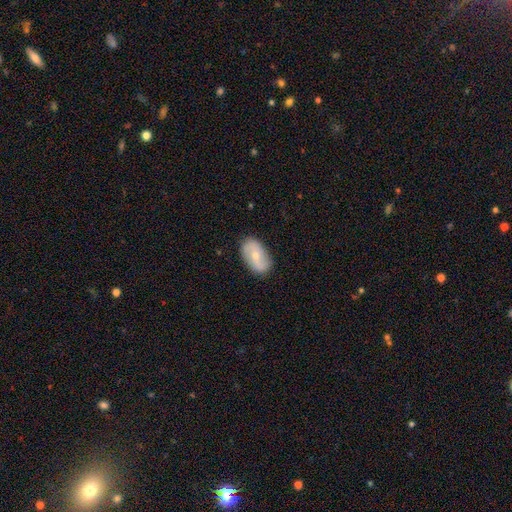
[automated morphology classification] featured or disk 50%, smooth 44%, star or artifact 6%. Down the decision tree: edge-on disk — no (95%); merging — none (83%).